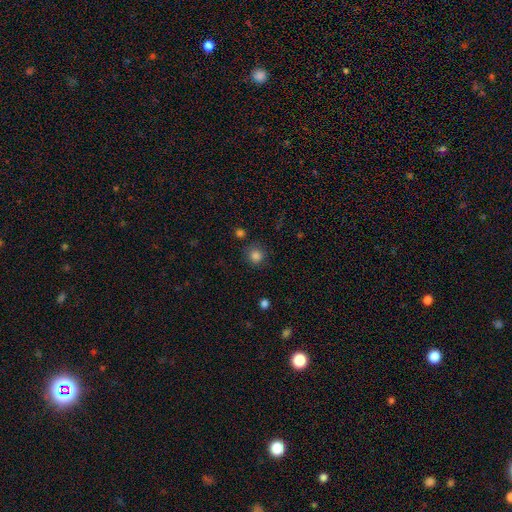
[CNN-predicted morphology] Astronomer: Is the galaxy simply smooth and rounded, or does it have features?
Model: smooth — 83%.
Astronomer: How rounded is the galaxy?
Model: round — 91%.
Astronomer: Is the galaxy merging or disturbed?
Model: none — 83%.